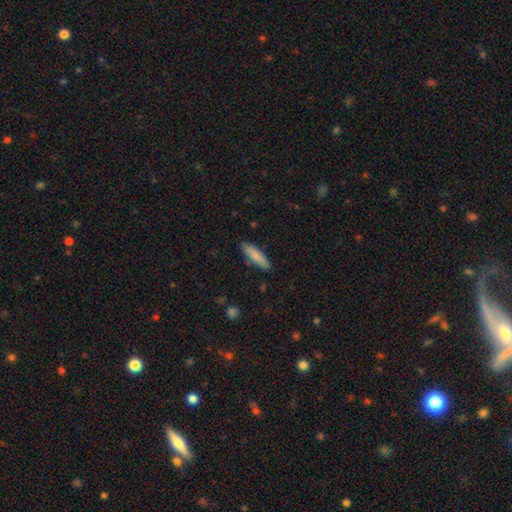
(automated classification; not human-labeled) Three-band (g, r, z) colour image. It shows a smooth galaxy with no disk features (80%) that is cigar-shaped (70%). Merging: none (84%).